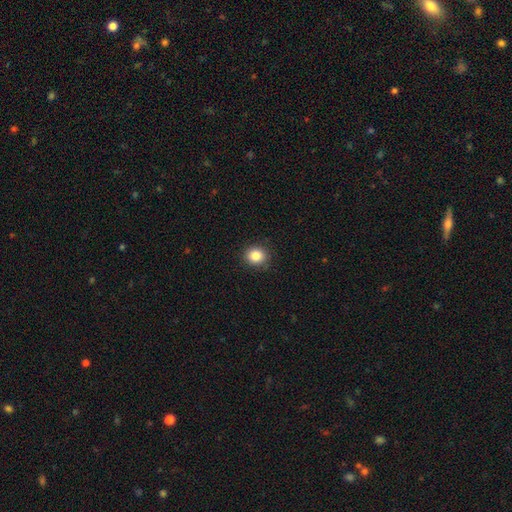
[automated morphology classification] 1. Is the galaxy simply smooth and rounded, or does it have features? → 85% smooth, 10% star or artifact, 5% featured or disk.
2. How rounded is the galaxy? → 77% round, 22% in between, 1% cigar-shaped.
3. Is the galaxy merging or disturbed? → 88% none, 9% minor disturbance, 2% major disturbance, 1% merger.